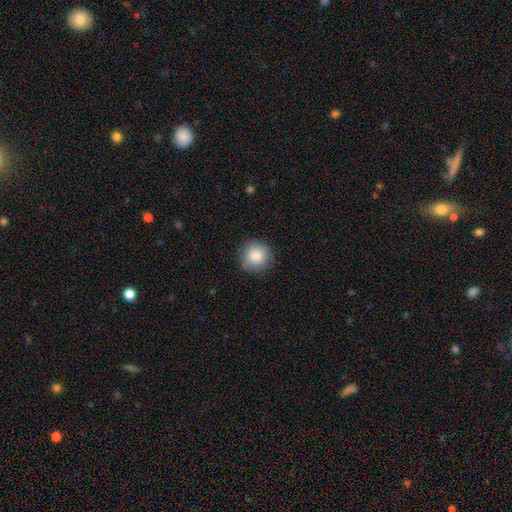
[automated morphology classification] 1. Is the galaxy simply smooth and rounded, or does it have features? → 86% smooth, 8% star or artifact, 6% featured or disk.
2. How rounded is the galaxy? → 94% round, 5% in between, 1% cigar-shaped.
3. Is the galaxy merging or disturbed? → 89% none, 8% minor disturbance, 2% major disturbance, 1% merger.